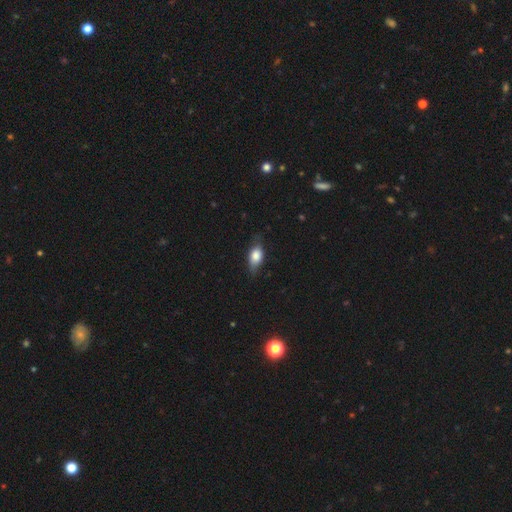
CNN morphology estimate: This appears to be a smooth galaxy with no disk features (75%) that is in between round and cigar-shaped (83%). Merging: none (67%).